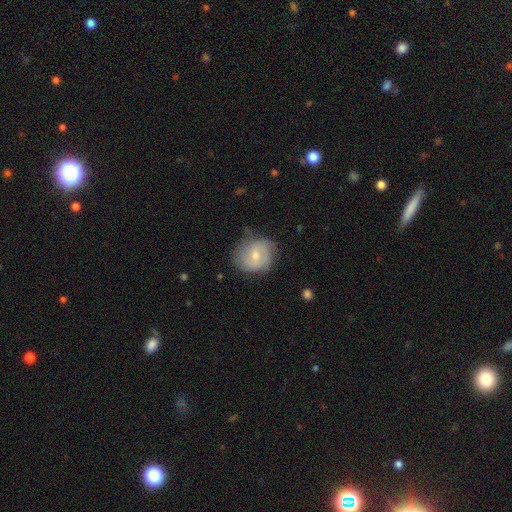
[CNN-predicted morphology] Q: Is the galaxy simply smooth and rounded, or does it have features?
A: featured or disk — 47%.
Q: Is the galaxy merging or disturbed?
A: none — 67%.